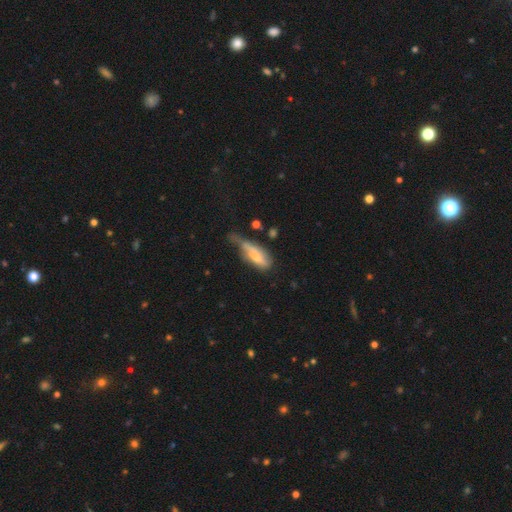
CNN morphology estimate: type=smooth (59%); roundness=in between (63%); merging=minor disturbance (36%).